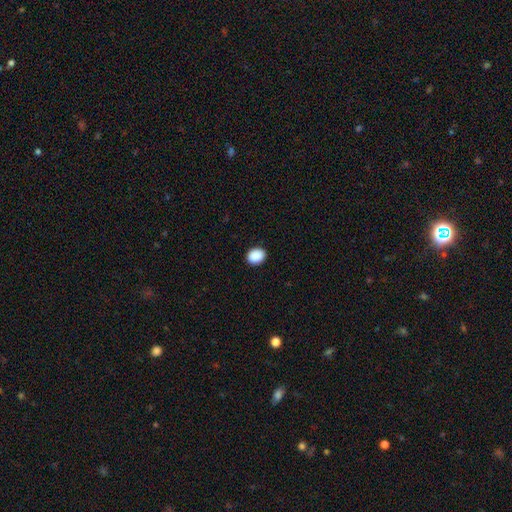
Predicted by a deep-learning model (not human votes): smooth_or_featured: smooth (p=0.90) [alt: star or artifact p=0.08]
how_rounded: round (p=0.52) [alt: in between p=0.47]
merging: none (p=0.91) [alt: minor disturbance p=0.06]